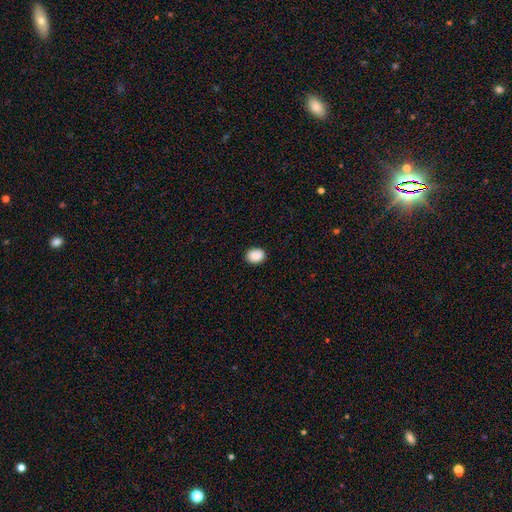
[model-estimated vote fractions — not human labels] Smooth or featured: smooth — 87% (star or artifact — 8%)
How rounded: round — 53% (in between — 46%)
Merging: none — 88% (minor disturbance — 9%)